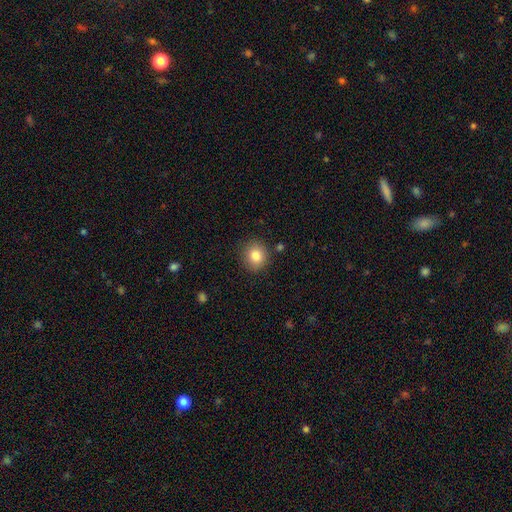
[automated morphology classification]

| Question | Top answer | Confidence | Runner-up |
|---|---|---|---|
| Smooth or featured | smooth | 83% | star or artifact (10%) |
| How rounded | round | 84% | in between (16%) |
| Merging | none | 87% | minor disturbance (9%) |